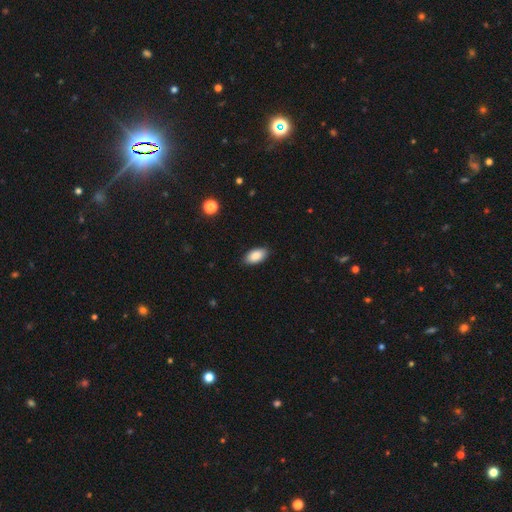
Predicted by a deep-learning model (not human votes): The model was most divided on "merging": none: 87%, minor disturbance: 10%, major disturbance: 2%, merger: 1%. More confident: how rounded — in between (94%); smooth or featured — smooth (88%).